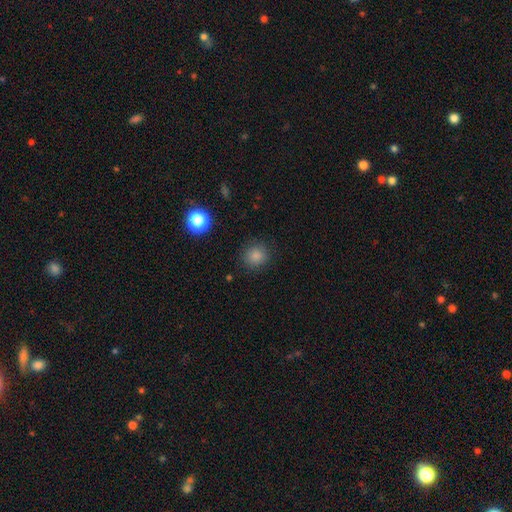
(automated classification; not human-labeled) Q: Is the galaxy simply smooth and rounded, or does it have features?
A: smooth — 83%.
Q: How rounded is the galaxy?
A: round — 85%.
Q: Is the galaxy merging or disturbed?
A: none — 87%.